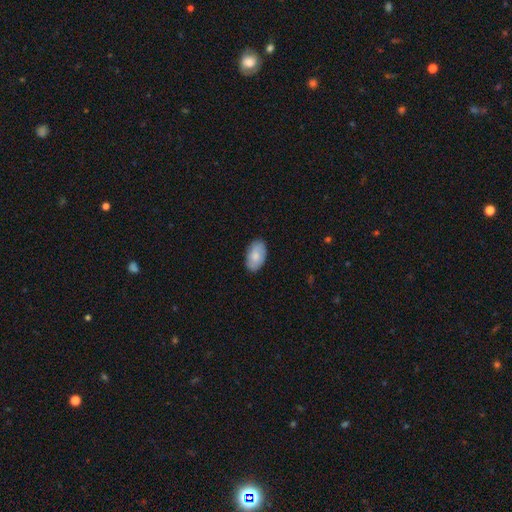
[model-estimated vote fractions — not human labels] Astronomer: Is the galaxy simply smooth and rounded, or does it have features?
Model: smooth — 75%.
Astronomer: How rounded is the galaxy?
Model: in between — 94%.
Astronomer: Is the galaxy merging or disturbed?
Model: none — 86%.